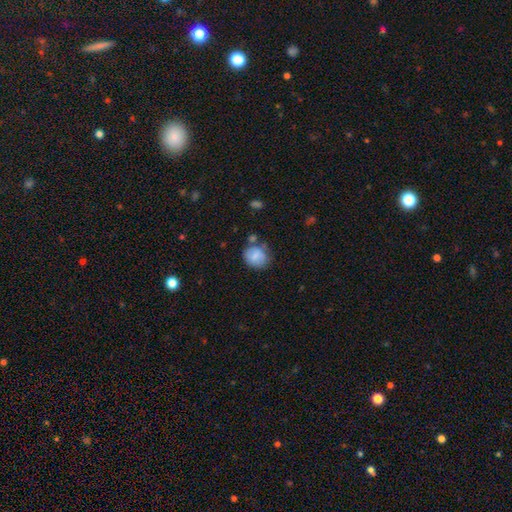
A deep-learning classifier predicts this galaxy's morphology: A smooth galaxy with no disk features (79%) that is round (70%). Merging: none (63%).